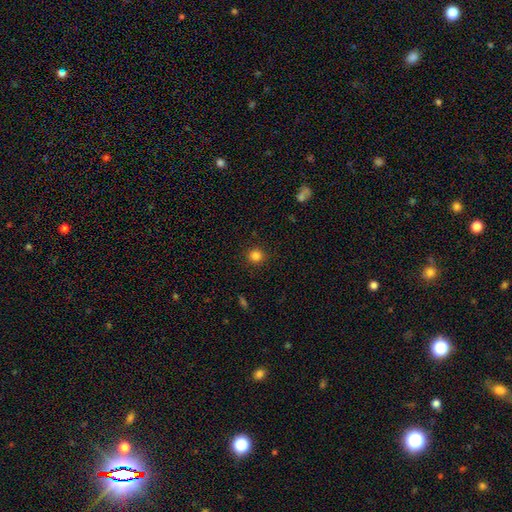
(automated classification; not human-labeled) A smooth galaxy with no disk features (84%) that is round (92%).

Vote fractions:
- Smooth or featured? smooth: 84% / star or artifact: 13% / featured or disk: 4%
- How rounded? round: 92% / in between: 7% / cigar-shaped: 1%
- Merging? none: 90% / minor disturbance: 6% / major disturbance: 2% / merger: 1%